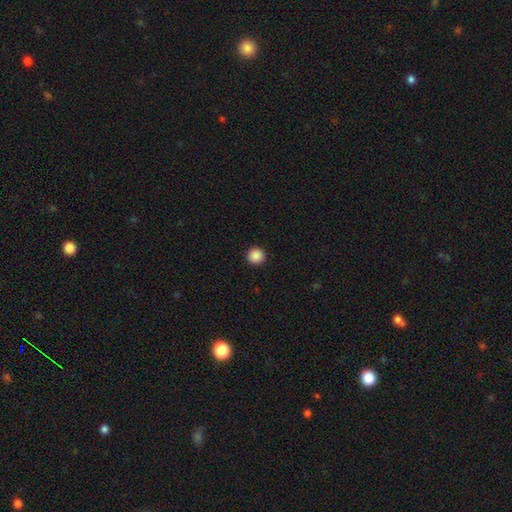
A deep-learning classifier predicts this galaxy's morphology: A smooth galaxy with no disk features (88%) that is round (96%).

Vote fractions:
- Smooth or featured? smooth: 88% / star or artifact: 9% / featured or disk: 2%
- How rounded? round: 96% / in between: 3% / cigar-shaped: 1%
- Merging? none: 94% / minor disturbance: 4% / major disturbance: 1% / merger: 1%